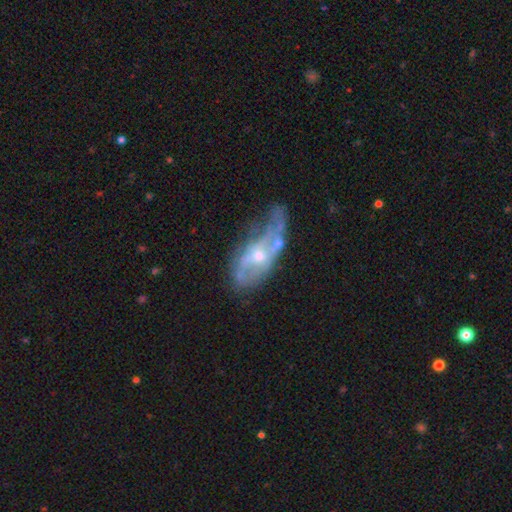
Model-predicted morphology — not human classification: smooth_or_featured: featured or disk (p=0.72) [alt: smooth p=0.19]
disk_edge_on: no (p=0.88) [alt: yes p=0.12]
bar: no (p=0.63) [alt: weak p=0.29]
has_spiral_arms: yes (p=0.62) [alt: no p=0.38]
bulge_size: small (p=0.52) [alt: moderate p=0.41]
merging: none (p=0.35) [alt: major disturbance p=0.28]